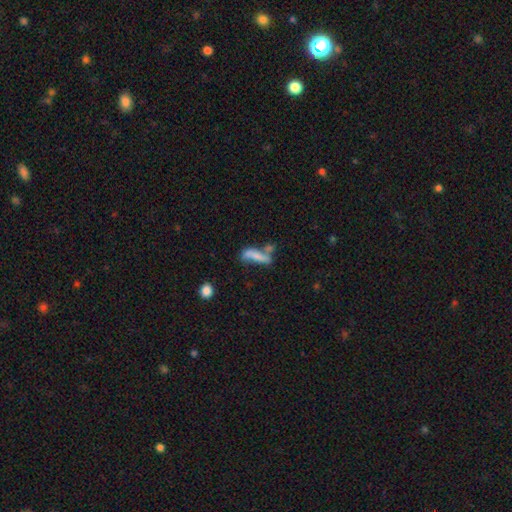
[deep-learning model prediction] smooth 57%, featured or disk 34%, star or artifact 10%. Down the decision tree: how rounded — cigar-shaped (65%); merging — none (33%).